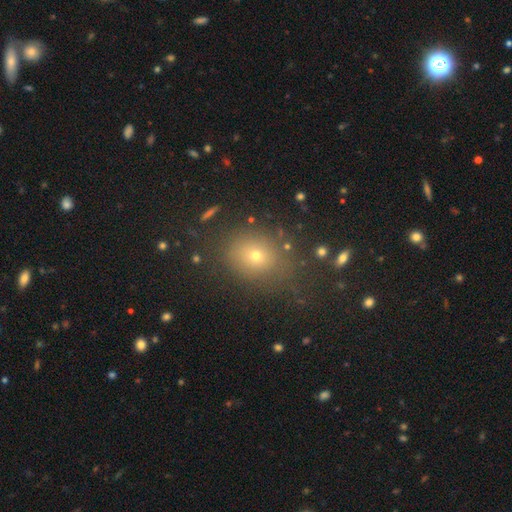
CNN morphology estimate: Smooth or featured: smooth — 66% (star or artifact — 22%)
How rounded: round — 61% (in between — 38%)
Merging: none — 79% (minor disturbance — 12%)